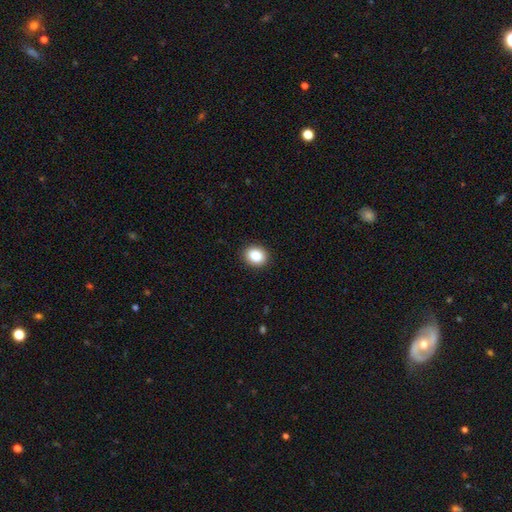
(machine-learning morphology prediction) Q: Smooth or featured?
A: smooth (88%); runner-up: star or artifact (8%)
Q: How rounded?
A: in between (50%); runner-up: round (49%)
Q: Merging?
A: none (90%); runner-up: minor disturbance (7%)